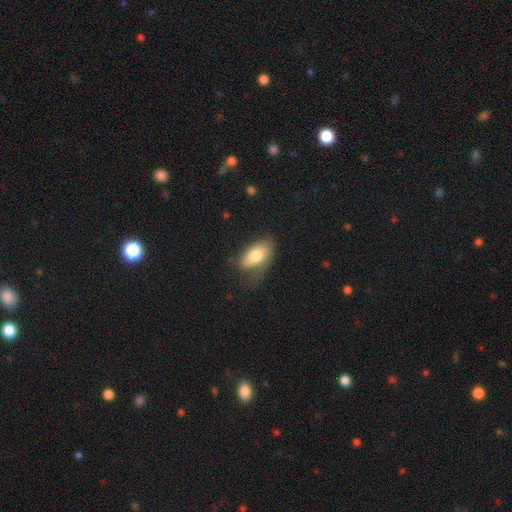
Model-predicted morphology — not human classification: The model was most divided on "merging": none: 50%, minor disturbance: 31%, major disturbance: 17%, merger: 2%. More confident: how rounded — in between (91%); smooth or featured — smooth (75%).